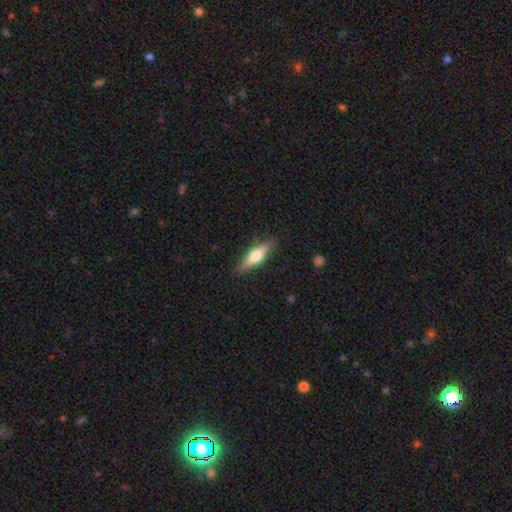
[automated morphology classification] Q: Smooth or featured?
A: smooth (58%); runner-up: featured or disk (36%)
Q: How rounded?
A: cigar-shaped (53%); runner-up: in between (45%)
Q: Merging?
A: none (84%); runner-up: minor disturbance (12%)